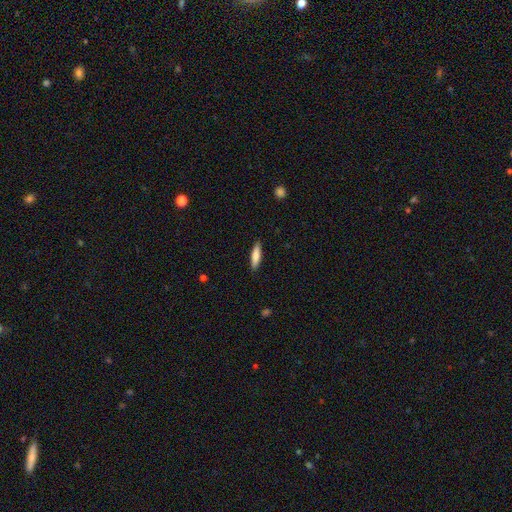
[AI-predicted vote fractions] A smooth galaxy with no disk features (79%) that is cigar-shaped (76%).

Vote fractions:
- Smooth or featured? smooth: 79% / featured or disk: 16% / star or artifact: 6%
- How rounded? cigar-shaped: 76% / in between: 23% / round: 1%
- Merging? none: 89% / minor disturbance: 8% / major disturbance: 2% / merger: 1%